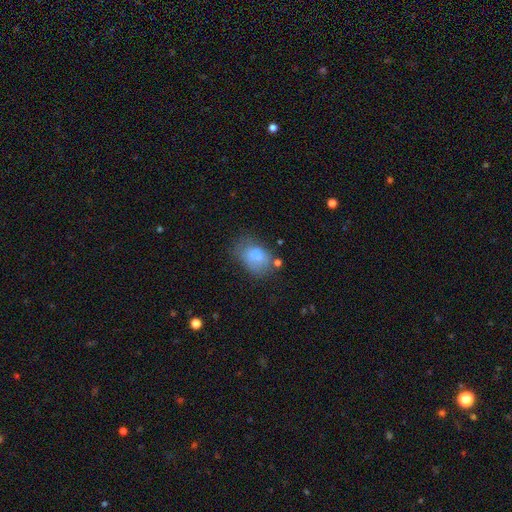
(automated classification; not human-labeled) A smooth galaxy with no disk features (73%) that is in between round and cigar-shaped (77%). Merging: none (41%).